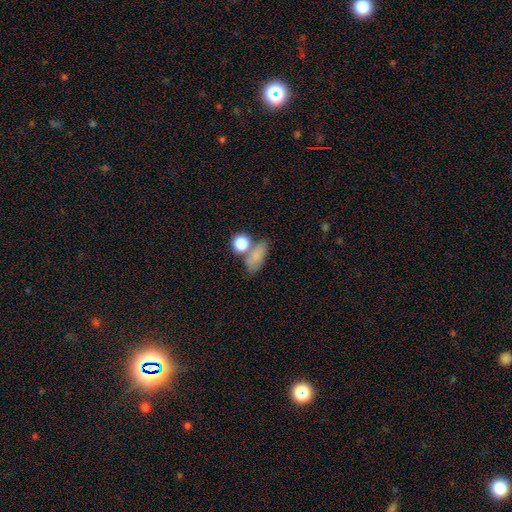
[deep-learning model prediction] A smooth galaxy with no disk features (77%) that is in between round and cigar-shaped (70%).

Vote fractions:
- Smooth or featured? smooth: 77% / featured or disk: 12% / star or artifact: 11%
- How rounded? in between: 70% / round: 22% / cigar-shaped: 7%
- Merging? none: 49% / merger: 26% / minor disturbance: 16% / major disturbance: 9%